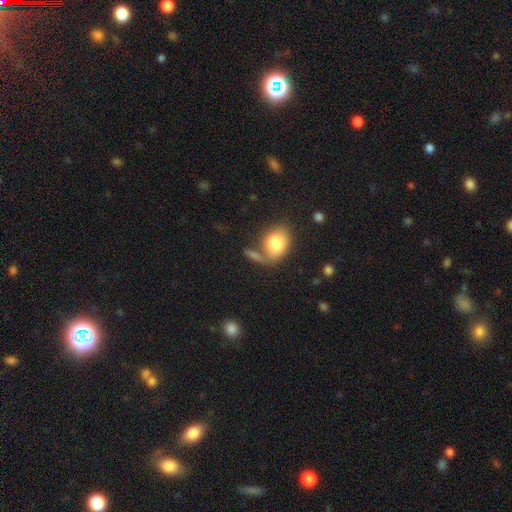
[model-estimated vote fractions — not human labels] Smooth or featured: smooth — 74% (featured or disk — 15%)
How rounded: in between — 73% (round — 25%)
Merging: none — 44% (merger — 28%)